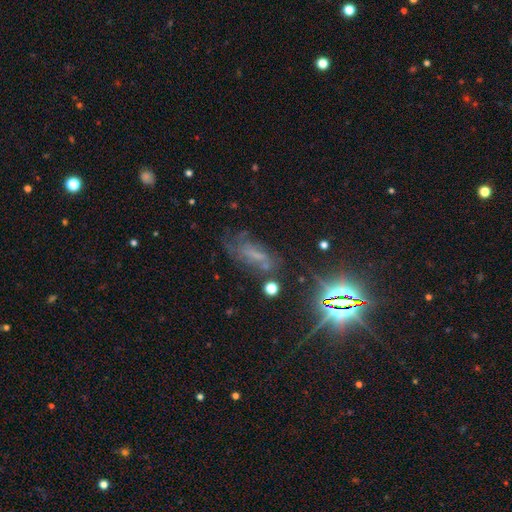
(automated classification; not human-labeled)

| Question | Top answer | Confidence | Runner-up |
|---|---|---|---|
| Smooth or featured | featured or disk | 43% | star or artifact (34%) |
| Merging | none | 51% | minor disturbance (23%) |